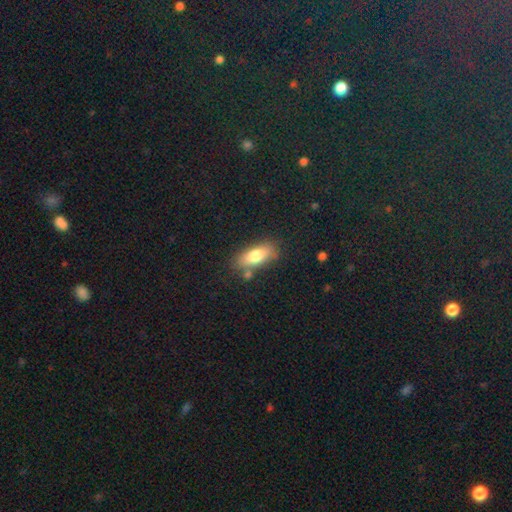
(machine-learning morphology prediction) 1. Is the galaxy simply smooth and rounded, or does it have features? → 76% smooth, 17% featured or disk, 7% star or artifact.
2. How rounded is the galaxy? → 77% in between, 19% cigar-shaped, 4% round.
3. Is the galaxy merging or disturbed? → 75% none, 15% minor disturbance, 6% merger, 4% major disturbance.